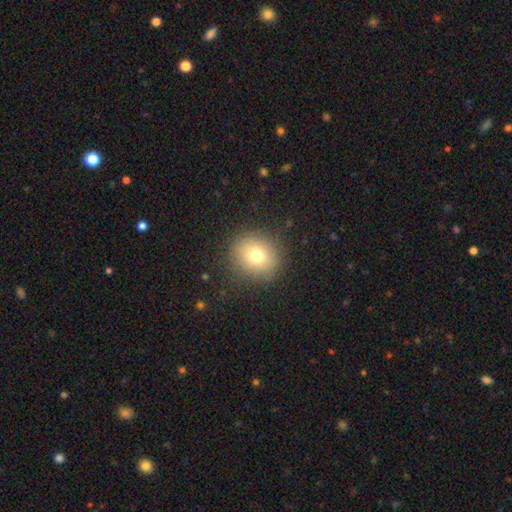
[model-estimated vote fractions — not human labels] A smooth galaxy with no disk features (75%) that is round (86%).

Vote fractions:
- Smooth or featured? smooth: 75% / star or artifact: 13% / featured or disk: 12%
- How rounded? round: 86% / in between: 13% / cigar-shaped: 1%
- Merging? none: 89% / minor disturbance: 7% / major disturbance: 3% / merger: 1%